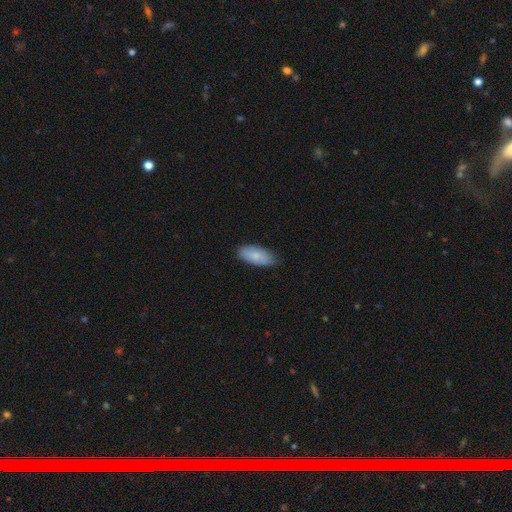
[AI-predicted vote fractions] smooth-or-featured: smooth: 82% | featured or disk: 12% | star or artifact: 6%
  how-rounded: in between: 88% | cigar-shaped: 10% | round: 2%
  merging: none: 80% | minor disturbance: 17% | major disturbance: 2% | merger: 1%